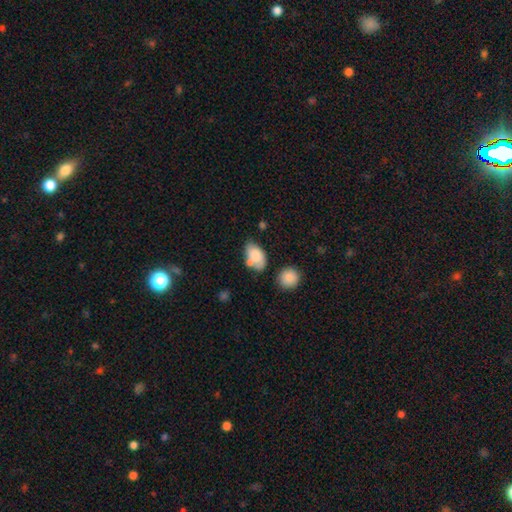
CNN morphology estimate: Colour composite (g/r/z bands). It shows a smooth galaxy with no disk features (75%) that is in between round and cigar-shaped (90%). Merging: none (46%).